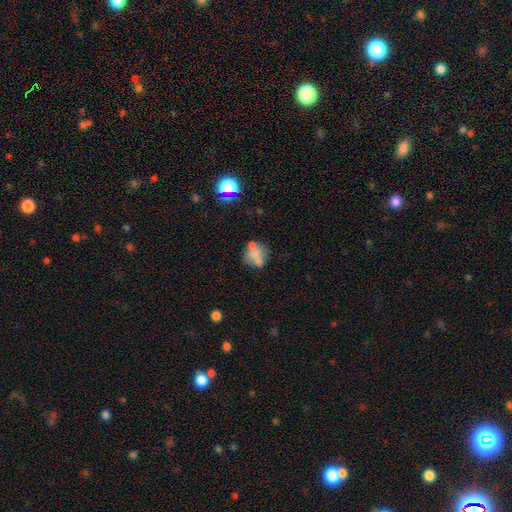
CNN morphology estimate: Smooth or featured? smooth (57%)
How rounded? round (63%)
Merging? none (45%)